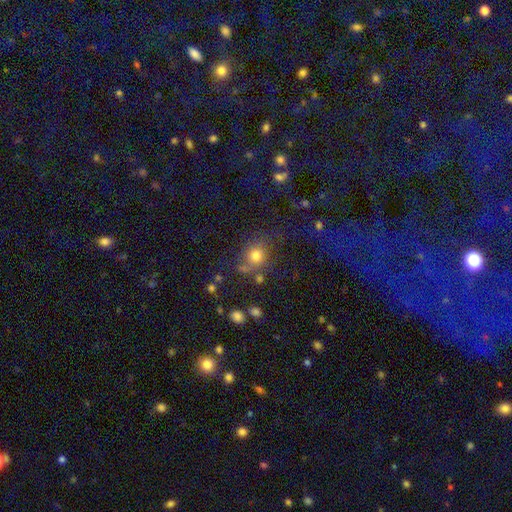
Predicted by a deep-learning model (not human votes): Overall: smooth (74%). How rounded: round (78%). Merging: none (66%).